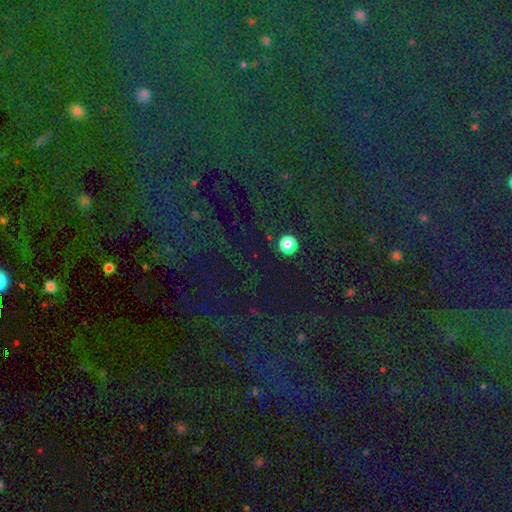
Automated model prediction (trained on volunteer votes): A star or artifact, not a galaxy (48%).